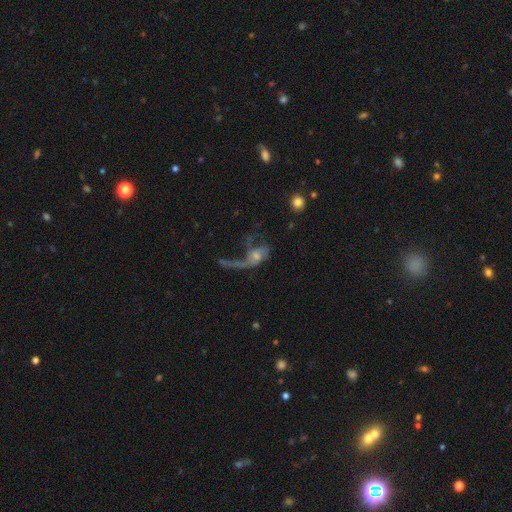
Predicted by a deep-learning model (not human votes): Smooth or featured?
  - featured or disk: 63% *
  - smooth: 25%
  - star or artifact: 12%
Edge-on disk?
  - no: 93% *
  - yes: 7%
Bar?
  - no: 74% *
  - weak: 21%
  - strong: 5%
Spiral arms?
  - yes: 63% *
  - no: 37%
Bulge size?
  - small: 43% *
  - moderate: 39%
  - none: 10%
  - large: 6%
  - dominant: 2%
Merging?
  - major disturbance: 59% *
  - none: 19%
  - merger: 12%
  - minor disturbance: 11%